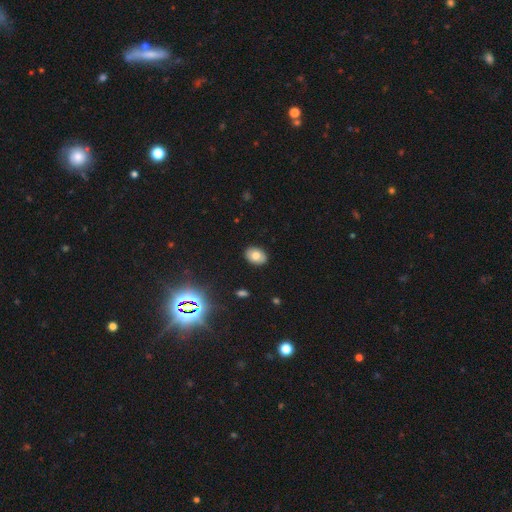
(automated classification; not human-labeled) smooth-or-featured: smooth: 74% | featured or disk: 15% | star or artifact: 11%
  how-rounded: in between: 80% | round: 19% | cigar-shaped: 1%
  merging: none: 89% | minor disturbance: 8% | major disturbance: 2% | merger: 1%